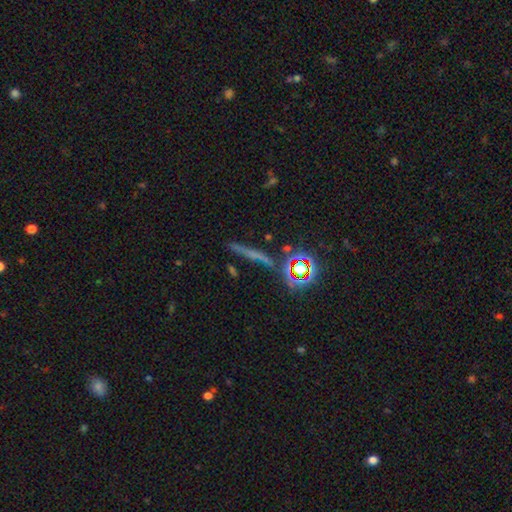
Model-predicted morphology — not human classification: Smooth or featured? Predicted: star or artifact (p=0.39).